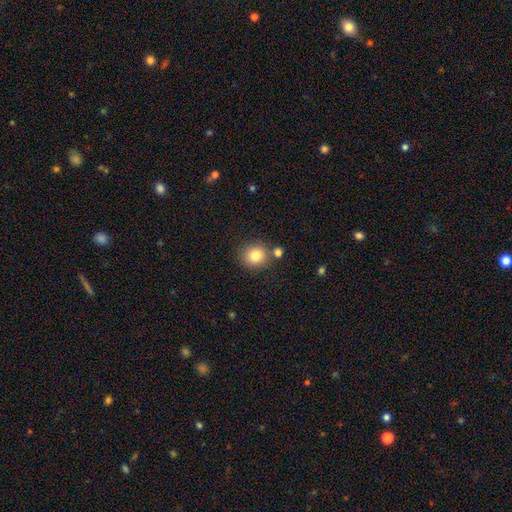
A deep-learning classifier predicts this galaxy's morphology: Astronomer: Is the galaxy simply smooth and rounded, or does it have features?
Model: smooth — 82%.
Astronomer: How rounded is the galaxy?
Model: round — 86%.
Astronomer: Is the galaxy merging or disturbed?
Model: none — 76%.